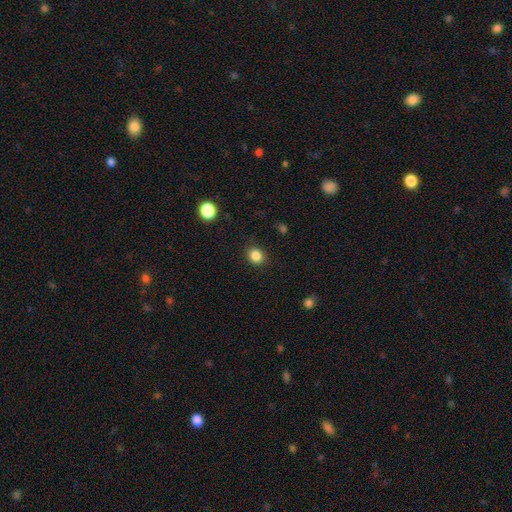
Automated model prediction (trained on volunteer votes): This appears to be a smooth galaxy with no disk features (85%) that is round (73%). Merging: none (88%).